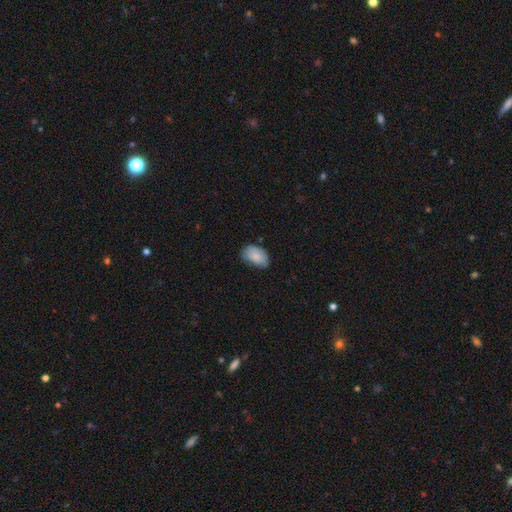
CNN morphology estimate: This appears to be a smooth galaxy with no disk features (81%) that is in between round and cigar-shaped (88%). Merging: none (61%).